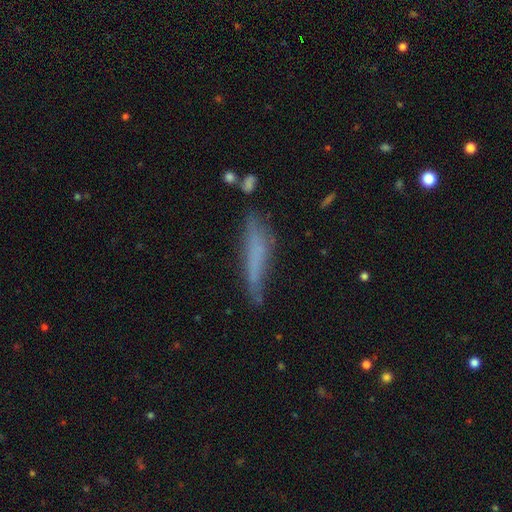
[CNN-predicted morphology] This appears to be a smooth galaxy with no disk features (60%) that is cigar-shaped (86%). Merging: none (59%).